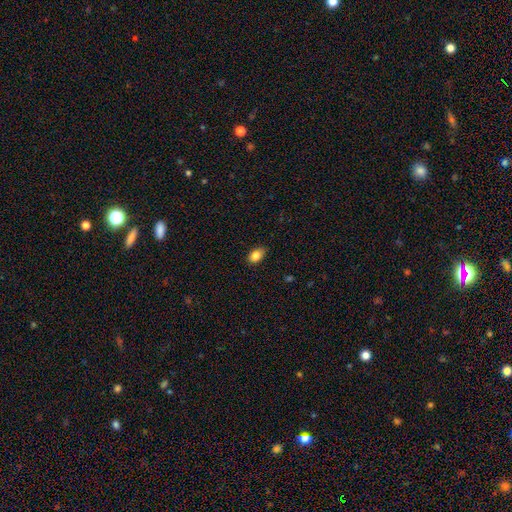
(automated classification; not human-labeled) smooth-or-featured: smooth: 85% | star or artifact: 9% | featured or disk: 6%
  how-rounded: in between: 82% | round: 17% | cigar-shaped: 1%
  merging: none: 81% | minor disturbance: 15% | major disturbance: 2% | merger: 1%